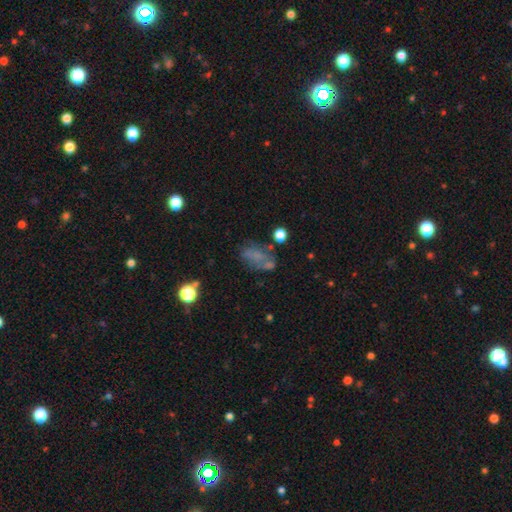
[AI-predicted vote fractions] Smooth or featured? smooth (49%)
Merging? none (41%)